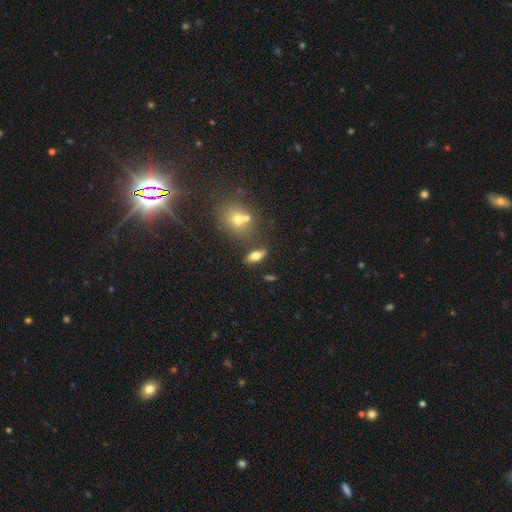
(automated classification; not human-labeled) A smooth galaxy with no disk features (62%) that is in between round and cigar-shaped (73%).

Vote fractions:
- Smooth or featured? smooth: 62% / featured or disk: 28% / star or artifact: 10%
- How rounded? in between: 73% / cigar-shaped: 21% / round: 6%
- Merging? none: 75% / minor disturbance: 12% / merger: 9% / major disturbance: 4%